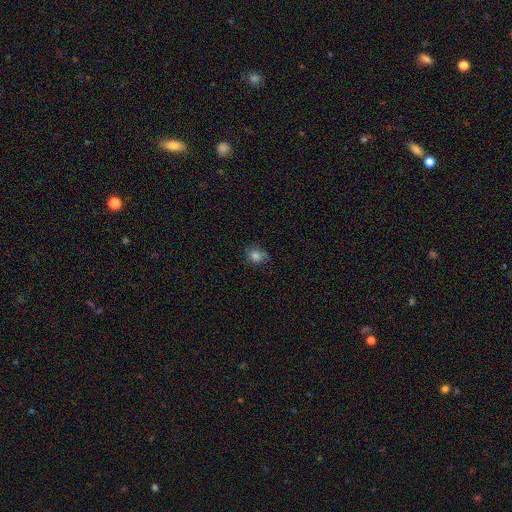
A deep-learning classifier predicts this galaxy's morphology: smooth-or-featured: smooth: 76% | star or artifact: 13% | featured or disk: 11%
  how-rounded: round: 69% | in between: 30% | cigar-shaped: 1%
  merging: none: 63% | minor disturbance: 25% | major disturbance: 9% | merger: 3%